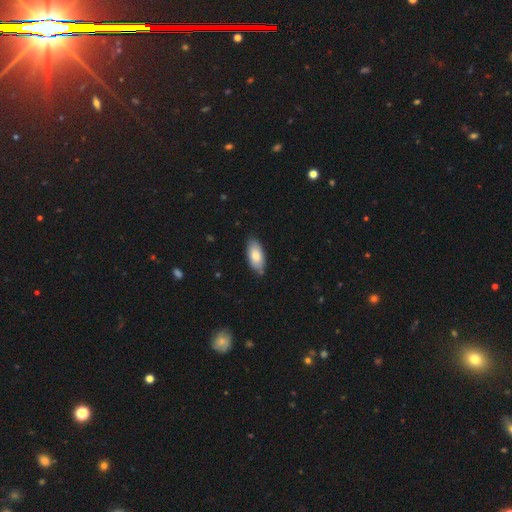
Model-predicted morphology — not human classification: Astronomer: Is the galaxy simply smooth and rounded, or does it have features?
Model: smooth — 77%.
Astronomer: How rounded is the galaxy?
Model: in between — 90%.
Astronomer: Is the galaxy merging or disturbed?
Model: none — 80%.